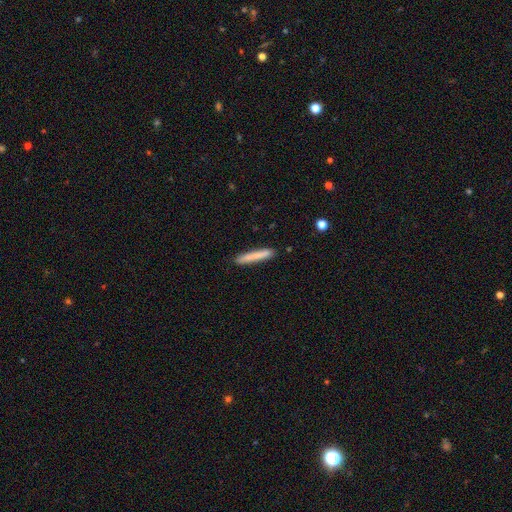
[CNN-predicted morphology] Overall: smooth (78%). How rounded: cigar-shaped (96%). Merging: none (88%).